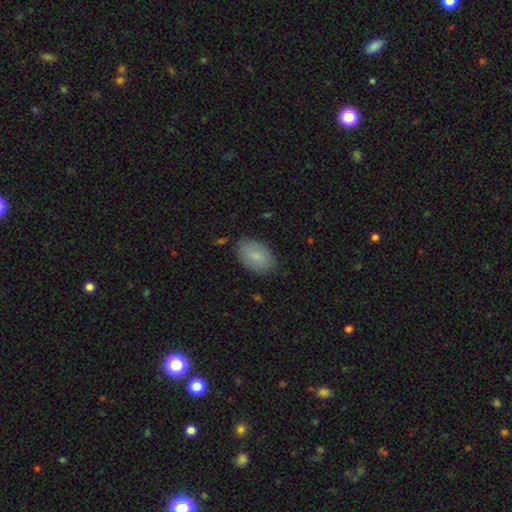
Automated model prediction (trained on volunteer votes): Morphology: type=smooth (83%); roundness=in between (90%); merging=none (84%).